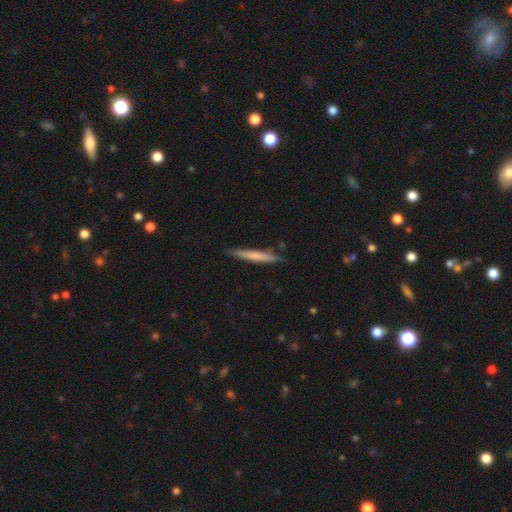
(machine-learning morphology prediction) smooth_or_featured: smooth (p=0.60) [alt: featured or disk p=0.35]
how_rounded: cigar-shaped (p=0.96) [alt: in between p=0.03]
merging: none (p=0.86) [alt: minor disturbance p=0.11]